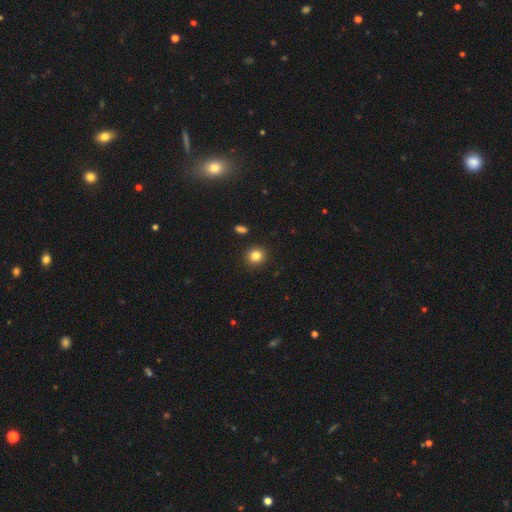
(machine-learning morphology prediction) Q: Smooth or featured?
A: smooth (83%); runner-up: star or artifact (11%)
Q: How rounded?
A: round (90%); runner-up: in between (10%)
Q: Merging?
A: none (91%); runner-up: minor disturbance (5%)